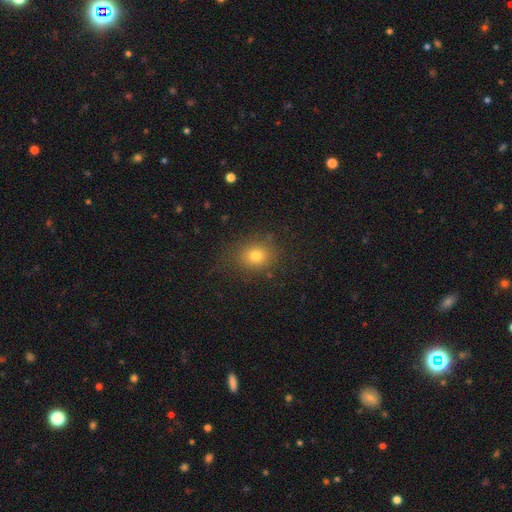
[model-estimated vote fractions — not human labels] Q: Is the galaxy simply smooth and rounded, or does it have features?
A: smooth — 76%.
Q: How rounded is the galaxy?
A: round — 63%.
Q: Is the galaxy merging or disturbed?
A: none — 81%.